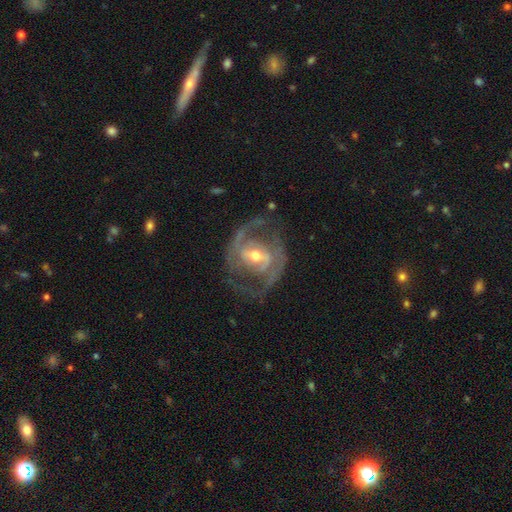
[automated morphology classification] smooth_or_featured: featured or disk (p=0.89) [alt: smooth p=0.07]
disk_edge_on: no (p=0.97) [alt: yes p=0.03]
bar: weak (p=0.43) [alt: strong p=0.33]
has_spiral_arms: yes (p=0.91) [alt: no p=0.09]
spiral_winding: medium (p=0.51) [alt: tight p=0.31]
spiral_arm_count: 2 (p=0.80) [alt: can't tell p=0.08]
bulge_size: moderate (p=0.68) [alt: small p=0.25]
merging: none (p=0.69) [alt: minor disturbance p=0.17]